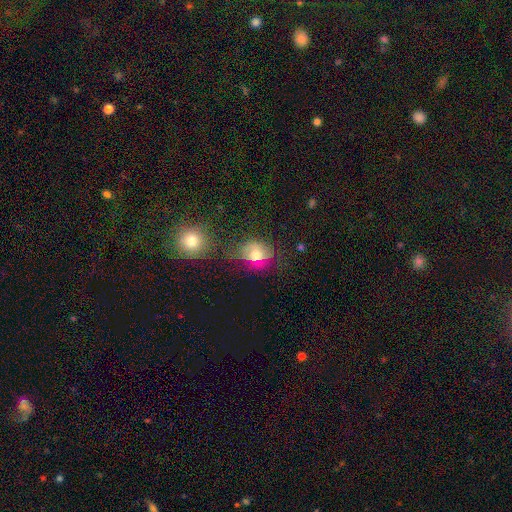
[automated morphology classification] Q: Smooth or featured?
A: smooth (63%); runner-up: featured or disk (22%)
Q: How rounded?
A: round (61%); runner-up: in between (38%)
Q: Merging?
A: none (55%); runner-up: minor disturbance (22%)